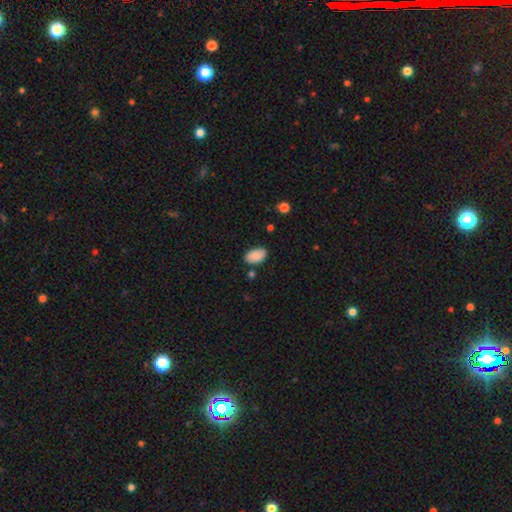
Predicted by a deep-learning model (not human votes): smooth-or-featured: smooth: 81% | featured or disk: 12% | star or artifact: 7%
  how-rounded: in between: 92% | round: 6% | cigar-shaped: 1%
  merging: none: 76% | minor disturbance: 17% | merger: 4% | major disturbance: 3%